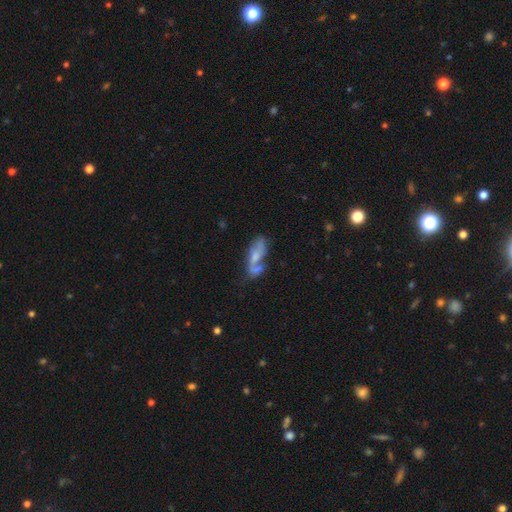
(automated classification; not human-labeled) smooth_or_featured: featured or disk (p=0.48) [alt: smooth p=0.43]
merging: merger (p=0.38) [alt: none p=0.27]